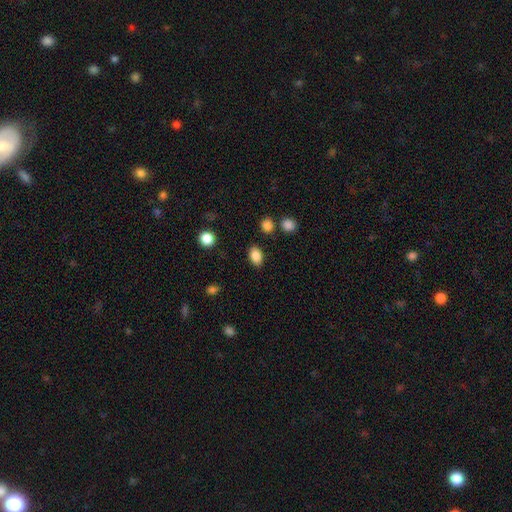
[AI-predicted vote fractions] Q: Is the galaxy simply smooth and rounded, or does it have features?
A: smooth — 87%.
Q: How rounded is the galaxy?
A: in between — 83%.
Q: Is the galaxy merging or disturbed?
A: none — 85%.